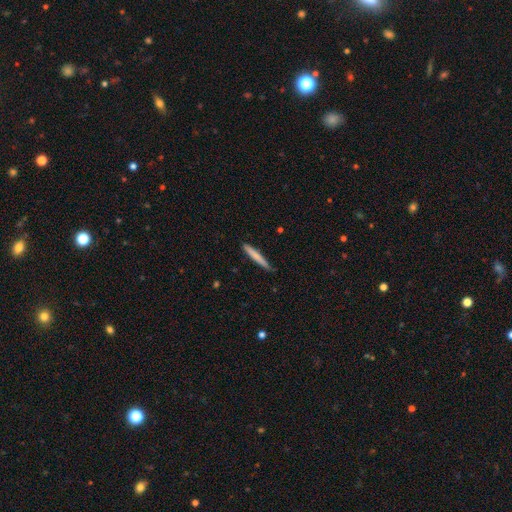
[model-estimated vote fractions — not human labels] Smooth or featured? smooth (74%)
How rounded? cigar-shaped (96%)
Merging? none (83%)